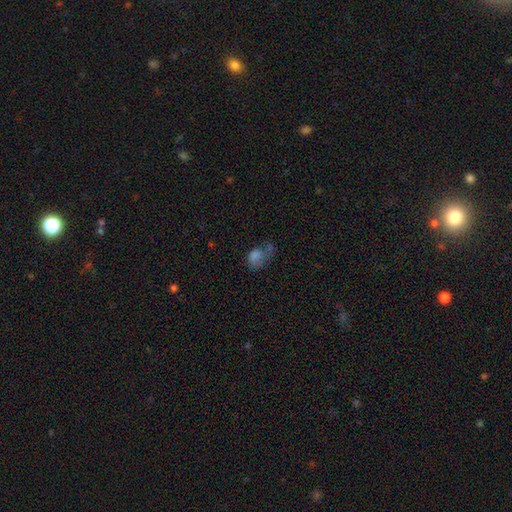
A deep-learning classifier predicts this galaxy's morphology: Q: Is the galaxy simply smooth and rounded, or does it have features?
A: smooth — 58%.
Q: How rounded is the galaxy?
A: in between — 72%.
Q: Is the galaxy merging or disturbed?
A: major disturbance — 37%.